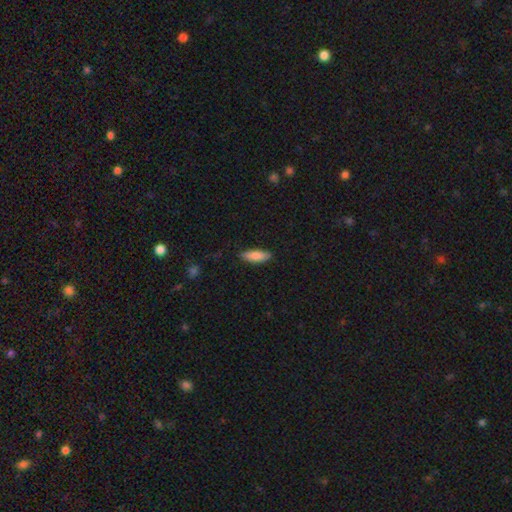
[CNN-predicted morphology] smooth_or_featured: smooth (p=0.83) [alt: featured or disk p=0.11]
how_rounded: in between (p=0.57) [alt: cigar-shaped p=0.41]
merging: none (p=0.84) [alt: minor disturbance p=0.13]